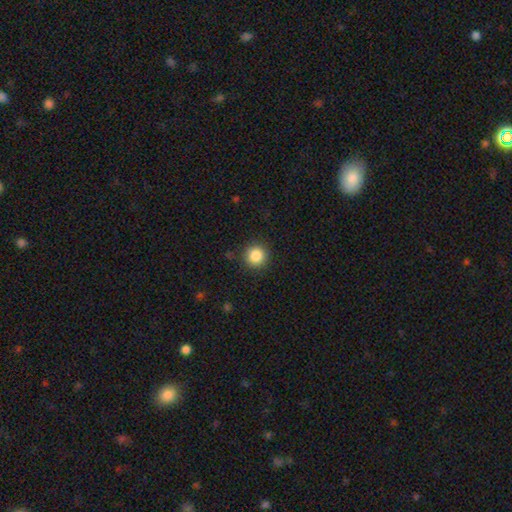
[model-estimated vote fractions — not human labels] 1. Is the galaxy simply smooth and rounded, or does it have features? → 86% smooth, 10% star or artifact, 4% featured or disk.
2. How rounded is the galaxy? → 95% round, 5% in between, 1% cigar-shaped.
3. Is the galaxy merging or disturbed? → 90% none, 6% minor disturbance, 2% major disturbance, 1% merger.